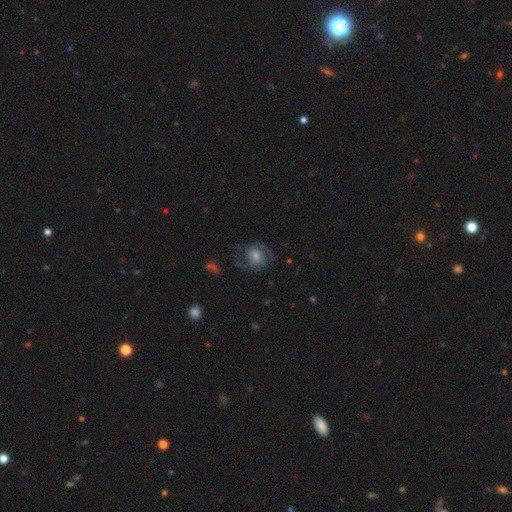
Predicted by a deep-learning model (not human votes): featured or disk 66%, smooth 23%, star or artifact 11%. Down the decision tree: edge-on disk — no (97%); bar — no (56%); spiral arms — yes (87%); spiral arm count — 2 (77%); spiral winding — medium (49%); bulge size — moderate (53%); merging — none (66%).